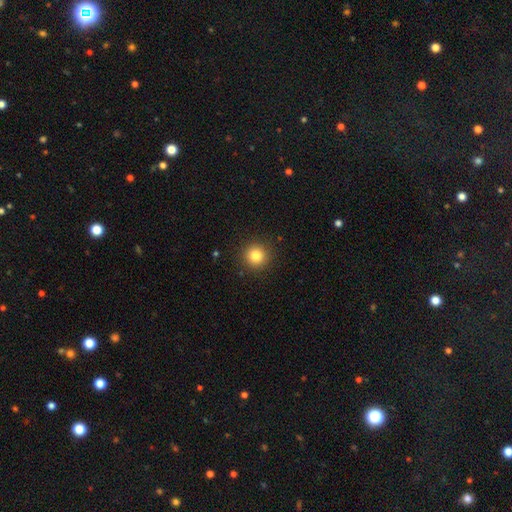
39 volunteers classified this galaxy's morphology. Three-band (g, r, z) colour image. It shows a smooth galaxy with no disk features (77%) that is round (100%). Merging: none (91%).